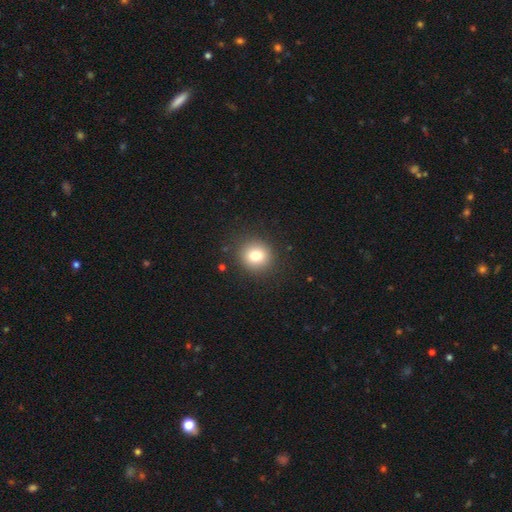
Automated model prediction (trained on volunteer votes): Smooth or featured? smooth (79%)
How rounded? round (88%)
Merging? none (90%)